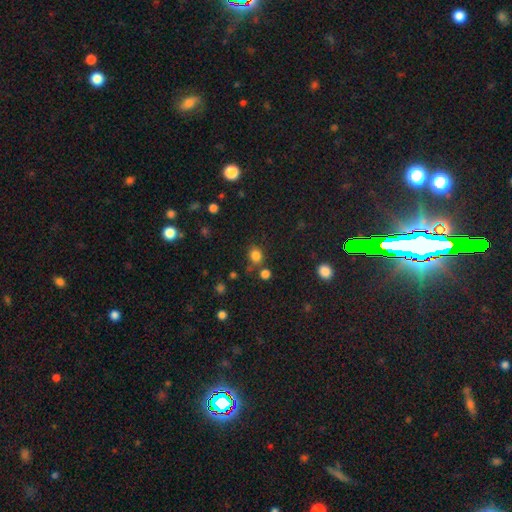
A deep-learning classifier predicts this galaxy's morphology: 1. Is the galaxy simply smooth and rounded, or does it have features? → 80% smooth, 15% star or artifact, 5% featured or disk.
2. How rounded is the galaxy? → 69% round, 30% in between, 1% cigar-shaped.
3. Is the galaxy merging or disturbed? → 69% none, 14% minor disturbance, 12% merger, 5% major disturbance.